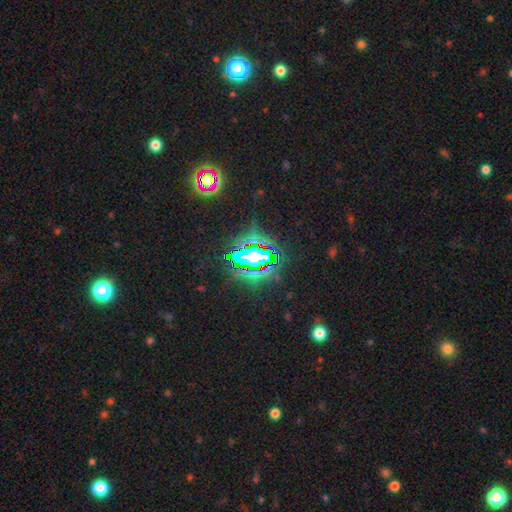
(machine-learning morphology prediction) smooth-or-featured: star or artifact: 73% | smooth: 15% | featured or disk: 12%